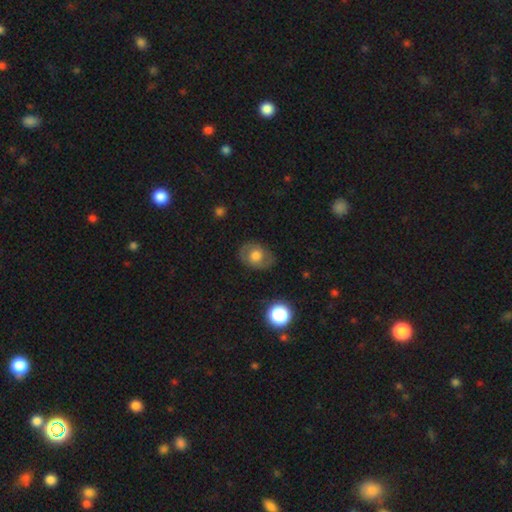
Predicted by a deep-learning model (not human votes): Smooth or featured? Predicted: smooth (p=0.57). How rounded? Predicted: in between (p=0.61). Merging? Predicted: none (p=0.76).